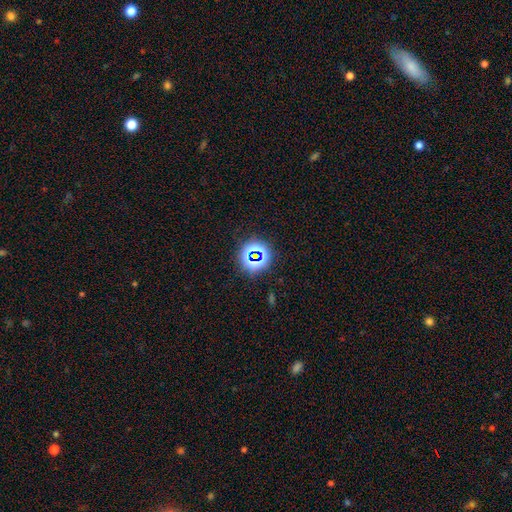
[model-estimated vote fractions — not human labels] This is likely a star or artifact rather than a galaxy (67%).